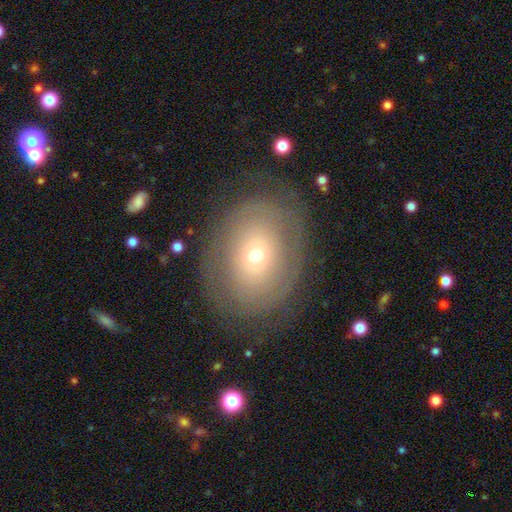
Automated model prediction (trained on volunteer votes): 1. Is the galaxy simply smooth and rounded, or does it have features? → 45% smooth, 44% featured or disk, 11% star or artifact.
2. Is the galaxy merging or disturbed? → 71% none, 17% minor disturbance, 10% major disturbance, 2% merger.